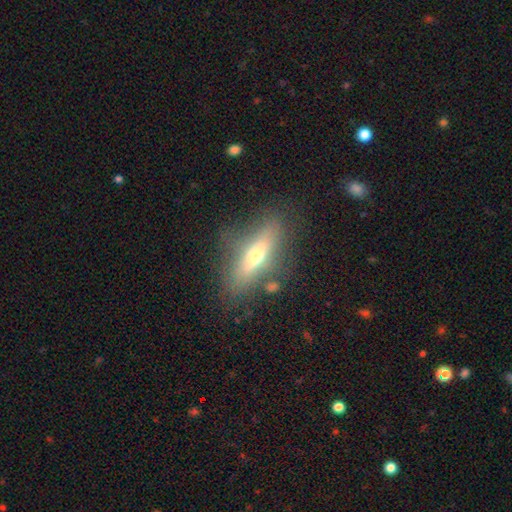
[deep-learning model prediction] This appears to be a featured or disk galaxy (52%) viewed edge-on (79%). Merging: none (79%).